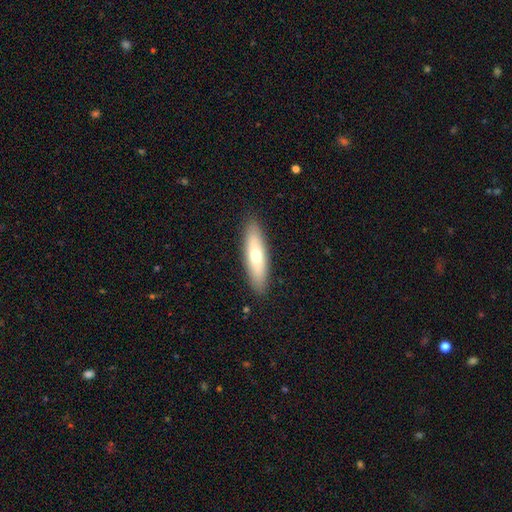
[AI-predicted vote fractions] Q: Smooth or featured?
A: smooth (59%); runner-up: featured or disk (35%)
Q: How rounded?
A: cigar-shaped (63%); runner-up: in between (35%)
Q: Merging?
A: none (89%); runner-up: minor disturbance (8%)